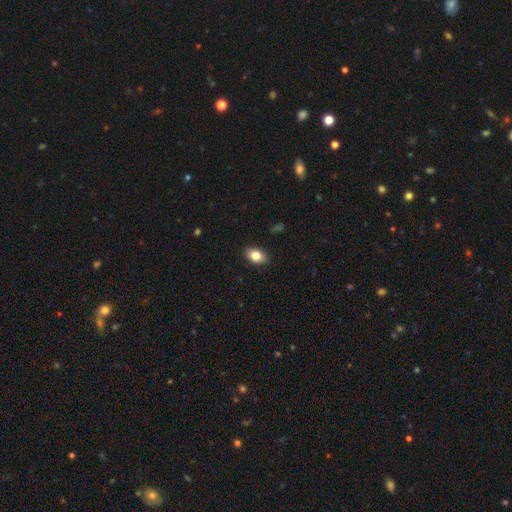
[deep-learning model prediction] smooth_or_featured: smooth (p=0.83) [alt: featured or disk p=0.09]
how_rounded: in between (p=0.85) [alt: round p=0.13]
merging: none (p=0.88) [alt: minor disturbance p=0.09]